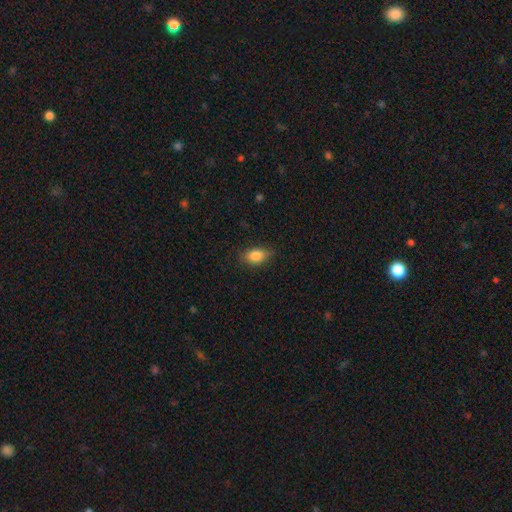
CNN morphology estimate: smooth-or-featured: smooth: 84% | star or artifact: 8% | featured or disk: 8%
  how-rounded: in between: 85% | round: 10% | cigar-shaped: 5%
  merging: none: 83% | minor disturbance: 14% | major disturbance: 3% | merger: 1%